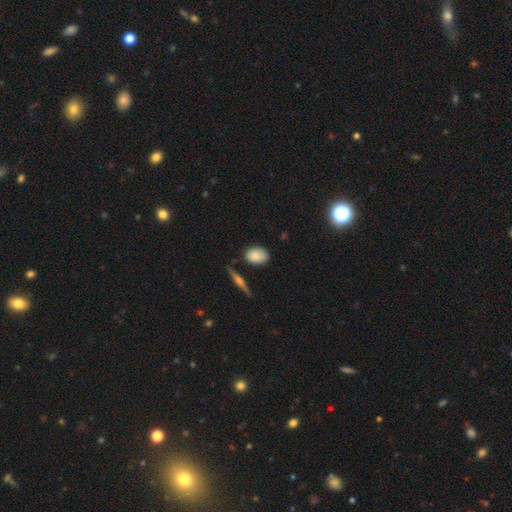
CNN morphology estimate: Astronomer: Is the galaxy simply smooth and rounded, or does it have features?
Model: smooth — 82%.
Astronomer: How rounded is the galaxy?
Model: in between — 77%.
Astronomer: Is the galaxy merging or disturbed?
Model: none — 75%.